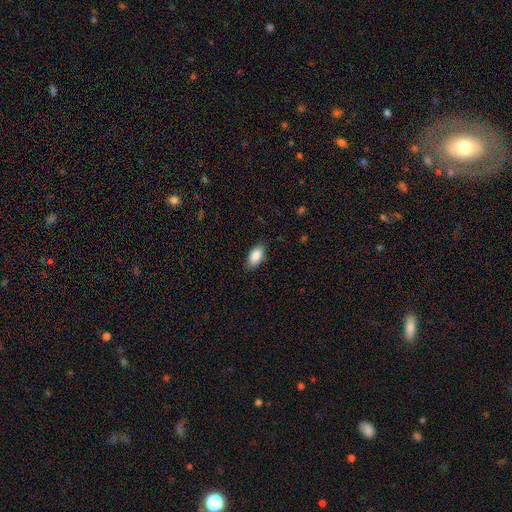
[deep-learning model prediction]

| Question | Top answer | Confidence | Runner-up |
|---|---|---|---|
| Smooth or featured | smooth | 88% | star or artifact (7%) |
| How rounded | in between | 93% | cigar-shaped (4%) |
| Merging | none | 84% | minor disturbance (12%) |